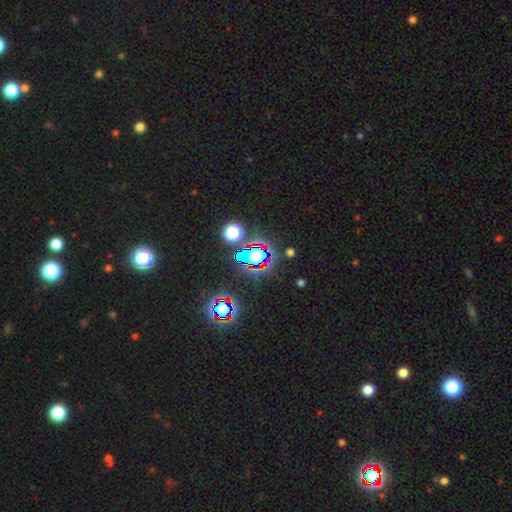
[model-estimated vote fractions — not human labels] A star or artifact, not a galaxy (65%).